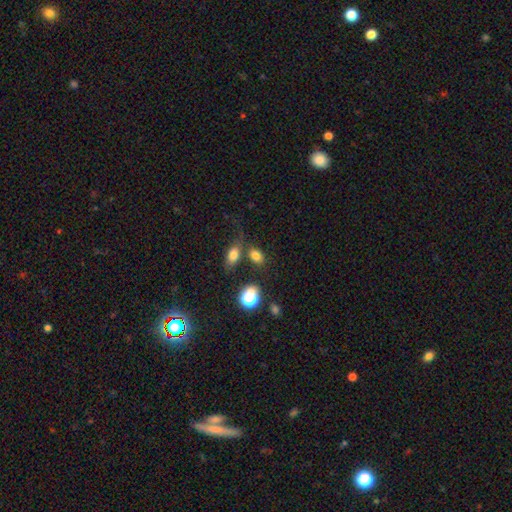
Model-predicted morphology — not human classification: Smooth or featured?
  - smooth: 78% *
  - star or artifact: 14%
  - featured or disk: 8%
How rounded?
  - in between: 76% *
  - round: 22%
  - cigar-shaped: 2%
Merging?
  - none: 60% *
  - merger: 20%
  - minor disturbance: 13%
  - major disturbance: 7%